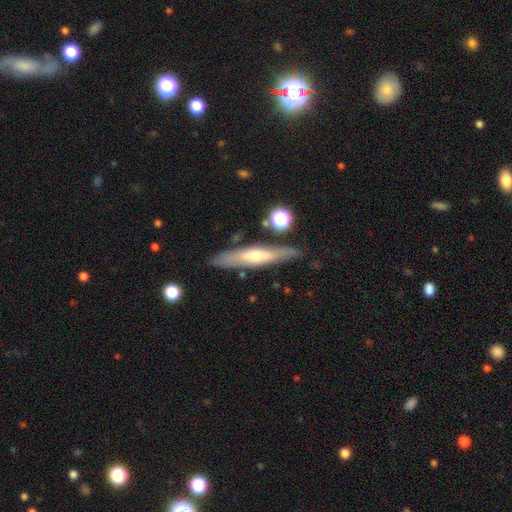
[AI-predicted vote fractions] A featured or disk galaxy (61%) viewed edge-on (89%) with a rounded central bulge (72%). Merging: none (82%).